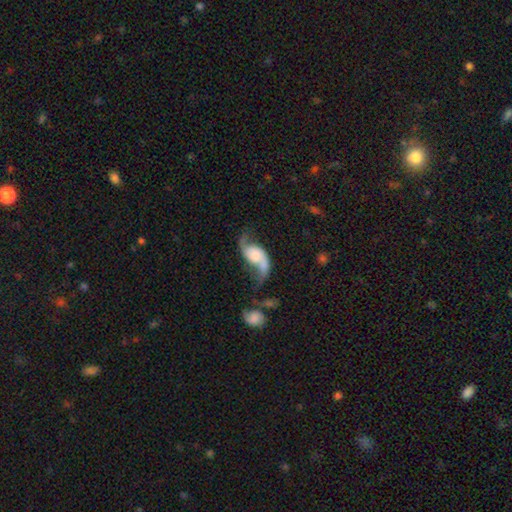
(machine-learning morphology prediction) Smooth or featured? featured or disk (82%)
Edge-on disk? no (96%)
Bar? no (65%)
Spiral arms? yes (94%)
Spiral winding? loose (78%)
Spiral arm count? 2 (90%)
Bulge size? moderate (38%)
Merging? none (44%)